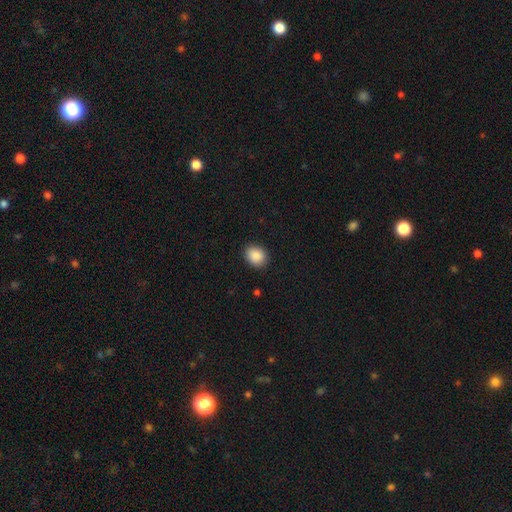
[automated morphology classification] smooth_or_featured: smooth (p=0.89) [alt: star or artifact p=0.08]
how_rounded: round (p=0.59) [alt: in between p=0.41]
merging: none (p=0.88) [alt: minor disturbance p=0.09]